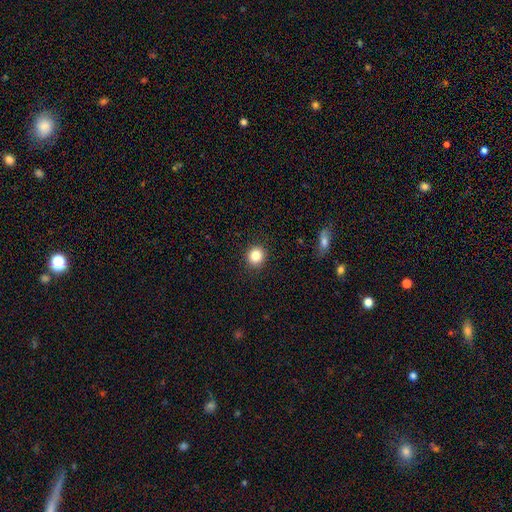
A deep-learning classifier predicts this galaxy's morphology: The model was most divided on "how rounded": round: 85%, in between: 14%, cigar-shaped: 1%. More confident: merging — none (91%); smooth or featured — smooth (84%).